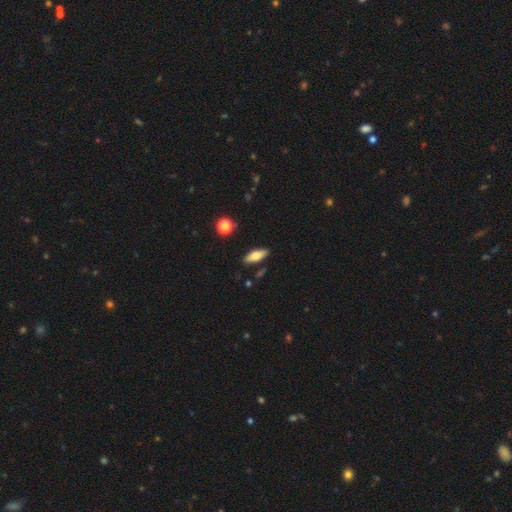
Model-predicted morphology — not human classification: type=smooth (69%); roundness=in between (69%); merging=none (86%).